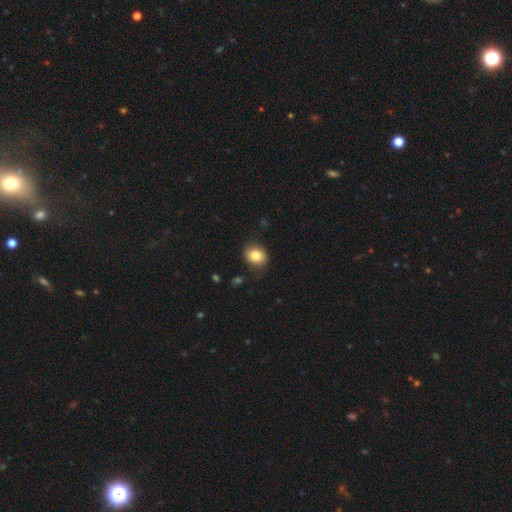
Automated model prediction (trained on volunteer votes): Overall: smooth (83%). How rounded: round (73%). Merging: none (83%).